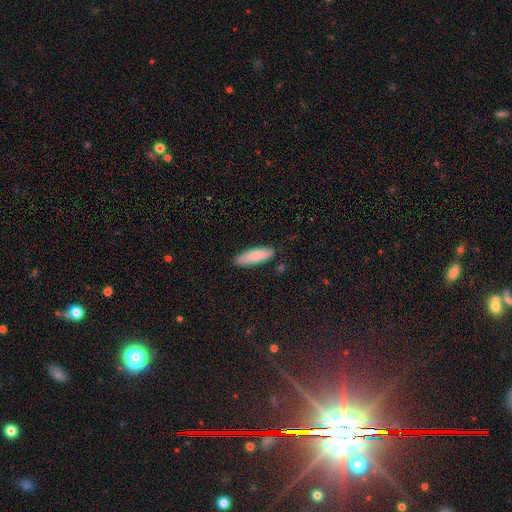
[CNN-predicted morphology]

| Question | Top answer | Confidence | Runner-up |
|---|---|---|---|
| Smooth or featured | smooth | 84% | featured or disk (11%) |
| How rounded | in between | 49% | tied: cigar-shaped (49%) |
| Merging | none | 84% | minor disturbance (12%) |